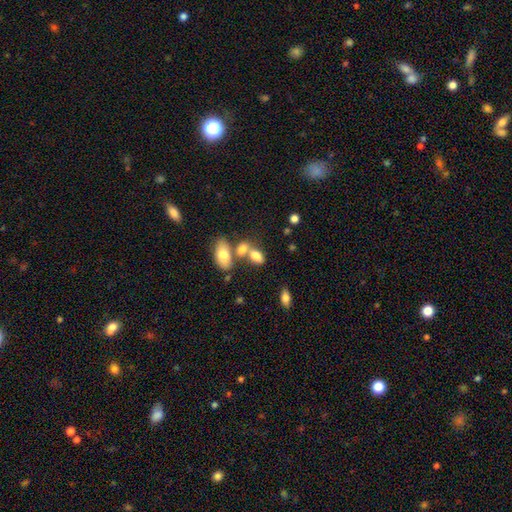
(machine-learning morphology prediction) A smooth galaxy with no disk features (79%) that is in between round and cigar-shaped (88%). Merging: merger (45%).